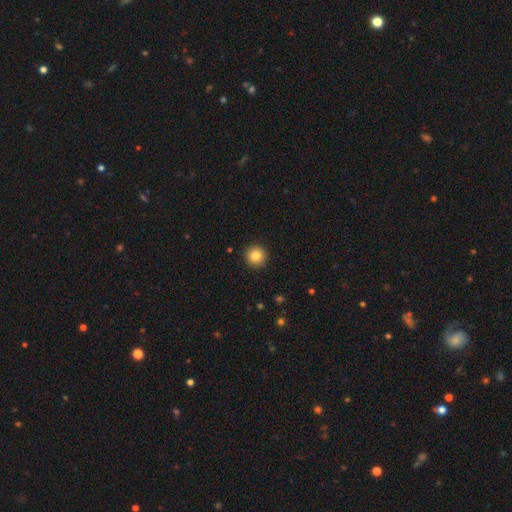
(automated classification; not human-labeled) Morphology: type=smooth (84%); roundness=round (96%); merging=none (93%).